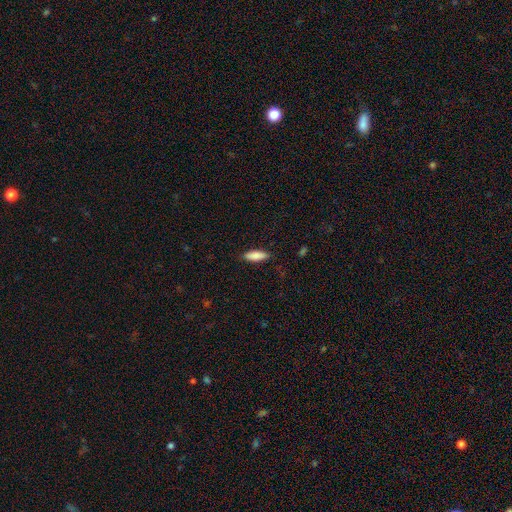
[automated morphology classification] Q: Smooth or featured?
A: smooth (86%); runner-up: featured or disk (8%)
Q: How rounded?
A: in between (59%); runner-up: cigar-shaped (39%)
Q: Merging?
A: none (88%); runner-up: minor disturbance (9%)